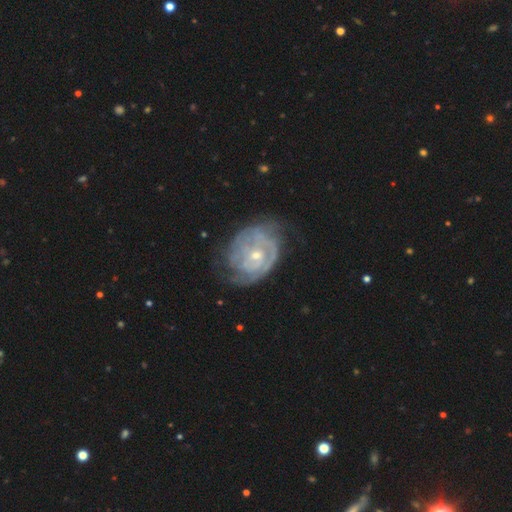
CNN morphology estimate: The model was most divided on "spiral arm count": can't tell: 44%, 2: 26%, 3: 13%, 1: 6%, 4: 6%, more than 4: 4%. More confident: edge-on disk — no (97%); spiral arms — yes (87%); smooth or featured — featured or disk (82%); bar — no (72%); spiral winding — tight (70%); bulge size — small (63%); merging — none (57%).